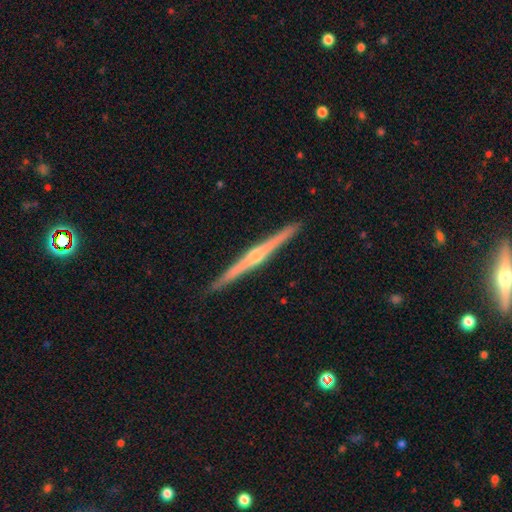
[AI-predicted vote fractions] Smooth or featured? Predicted: featured or disk (p=0.84). Edge-on disk? Predicted: yes (p=0.99). Edge-on bulge? Predicted: rounded (p=0.86). Merging? Predicted: none (p=0.93).